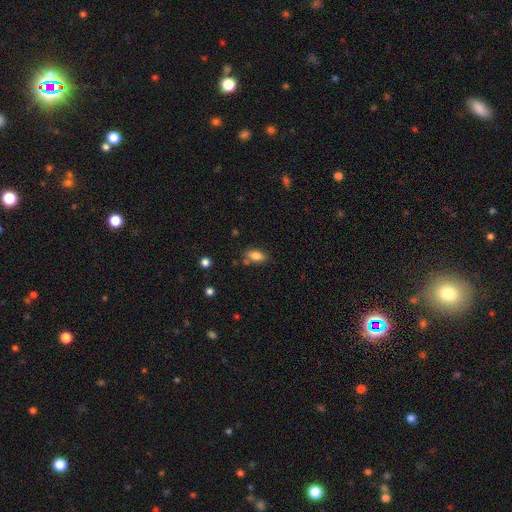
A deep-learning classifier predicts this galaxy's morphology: This is clearly a smooth galaxy (81%). How rounded: clearly in between (85%). Merging: likely none (72%).